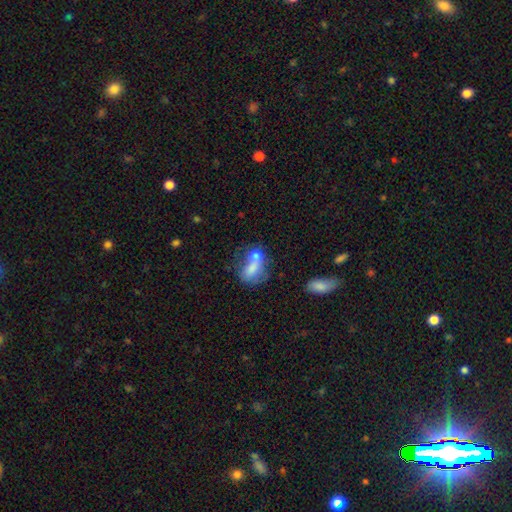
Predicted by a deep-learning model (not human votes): smooth_or_featured: smooth (p=0.65) [alt: featured or disk p=0.25]
how_rounded: in between (p=0.77) [alt: round p=0.18]
merging: merger (p=0.57) [alt: none p=0.19]